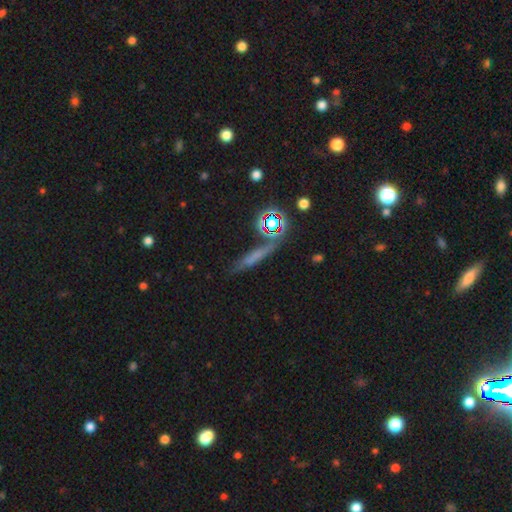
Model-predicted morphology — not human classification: Smooth or featured?
  - smooth: 49% *
  - star or artifact: 27%
  - featured or disk: 24%
Merging?
  - none: 76% *
  - minor disturbance: 14%
  - merger: 6%
  - major disturbance: 5%